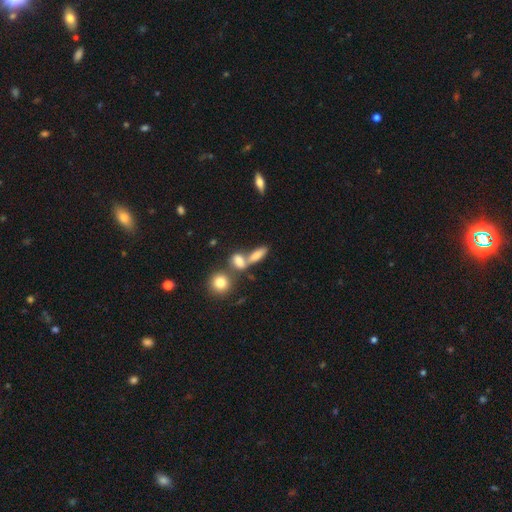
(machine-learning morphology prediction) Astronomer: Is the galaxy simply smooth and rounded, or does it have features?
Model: smooth — 67%.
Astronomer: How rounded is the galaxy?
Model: in between — 59%.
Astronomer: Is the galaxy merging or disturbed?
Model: none — 43% (runner-up: merger, 40%).